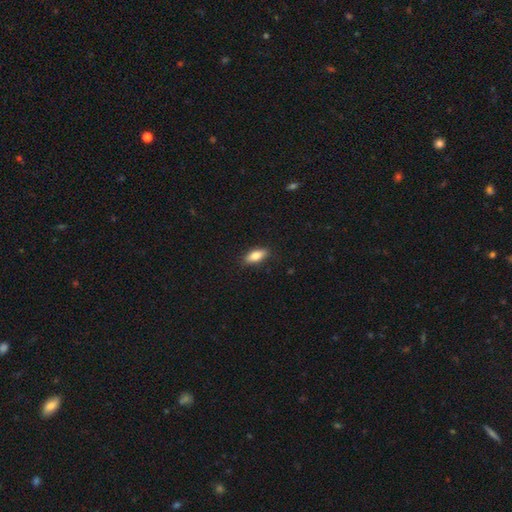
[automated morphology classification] Smooth or featured?
  - smooth: 78% *
  - featured or disk: 15%
  - star or artifact: 7%
How rounded?
  - in between: 77% *
  - cigar-shaped: 20%
  - round: 3%
Merging?
  - none: 87% *
  - minor disturbance: 10%
  - major disturbance: 2%
  - merger: 1%